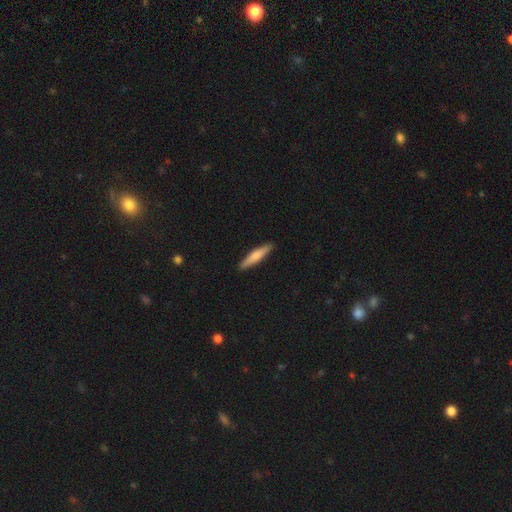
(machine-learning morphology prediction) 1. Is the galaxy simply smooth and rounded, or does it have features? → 69% smooth, 25% featured or disk, 5% star or artifact.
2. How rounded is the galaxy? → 88% cigar-shaped, 10% in between, 1% round.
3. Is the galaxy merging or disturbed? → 91% none, 7% minor disturbance, 1% major disturbance, 1% merger.